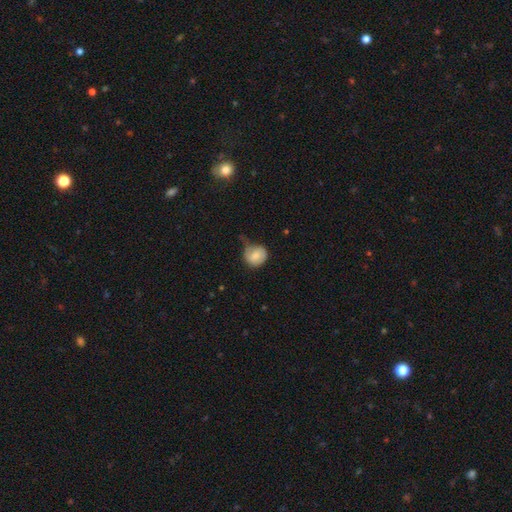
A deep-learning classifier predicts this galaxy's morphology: A smooth galaxy with no disk features (78%) that is round (79%).

Vote fractions:
- Smooth or featured? smooth: 78% / featured or disk: 15% / star or artifact: 7%
- How rounded? round: 79% / in between: 21% / cigar-shaped: 1%
- Merging? none: 42% / minor disturbance: 39% / major disturbance: 15% / merger: 4%